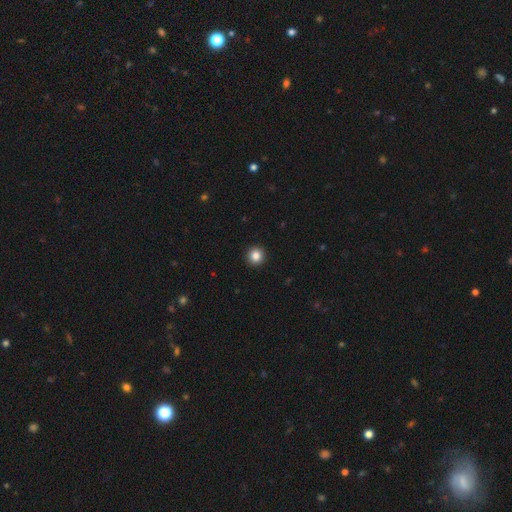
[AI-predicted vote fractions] Smooth or featured? Predicted: smooth (p=0.85). How rounded? Predicted: round (p=0.95). Merging? Predicted: none (p=0.94).